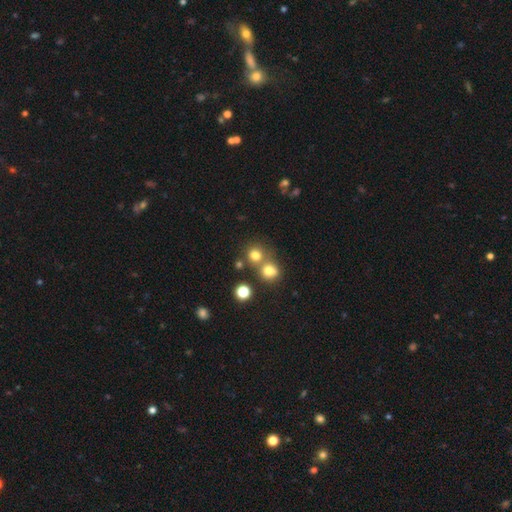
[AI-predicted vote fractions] A smooth galaxy with no disk features (75%) that is round (85%).

Vote fractions:
- Smooth or featured? smooth: 75% / star or artifact: 17% / featured or disk: 9%
- How rounded? round: 85% / in between: 14% / cigar-shaped: 1%
- Merging? none: 55% / merger: 35% / minor disturbance: 7% / major disturbance: 3%